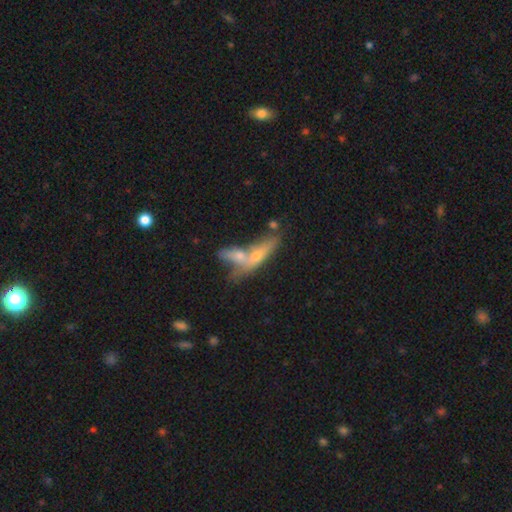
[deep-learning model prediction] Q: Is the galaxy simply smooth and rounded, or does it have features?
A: featured or disk — 46%.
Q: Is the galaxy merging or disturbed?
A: merger — 52%.